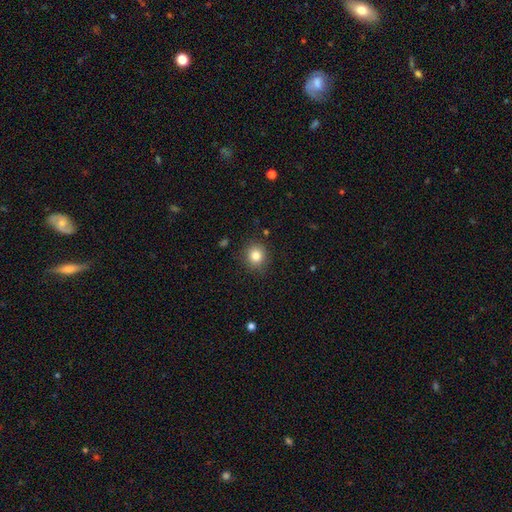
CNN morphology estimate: Smooth or featured? Predicted: smooth (p=0.82). How rounded? Predicted: round (p=0.87). Merging? Predicted: none (p=0.88).